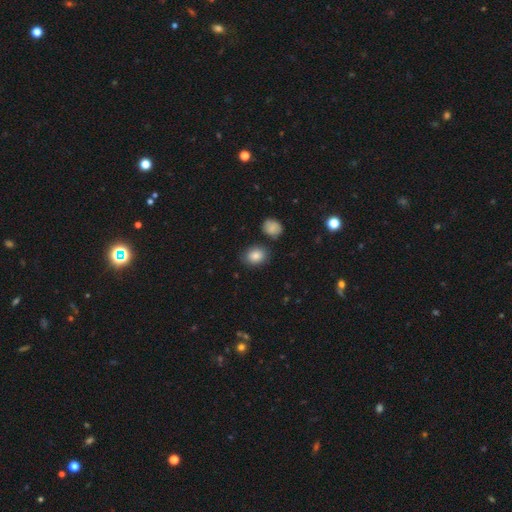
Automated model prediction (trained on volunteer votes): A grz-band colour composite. It shows a smooth galaxy with no disk features (85%) that is round (50%). Merging: none (79%).